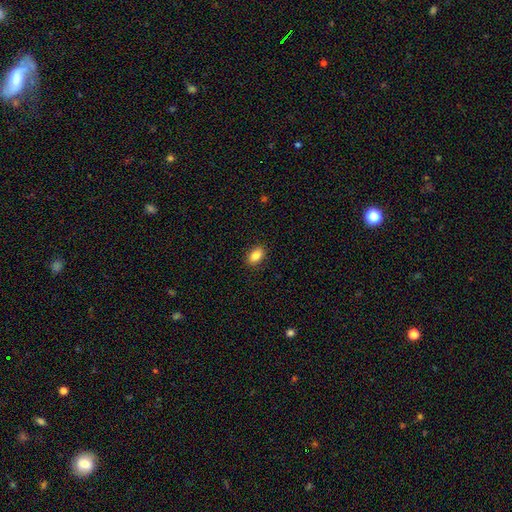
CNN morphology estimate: This appears to be a smooth galaxy with no disk features (86%) that is in between round and cigar-shaped (88%). Merging: none (90%).